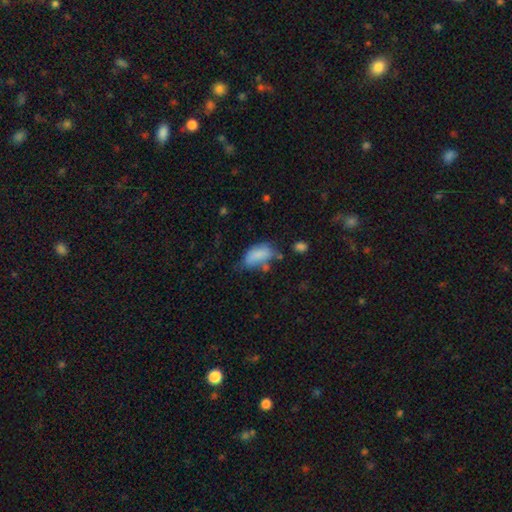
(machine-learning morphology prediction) Smooth or featured? Predicted: smooth (p=0.78). How rounded? Predicted: in between (p=0.91). Merging? Predicted: none (p=0.35).